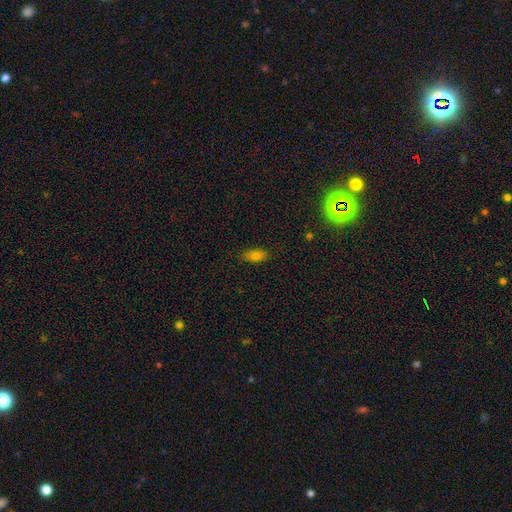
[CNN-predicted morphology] smooth-or-featured: smooth: 79% | star or artifact: 11% | featured or disk: 9%
  how-rounded: in between: 88% | cigar-shaped: 8% | round: 4%
  merging: none: 85% | minor disturbance: 12% | major disturbance: 2% | merger: 1%